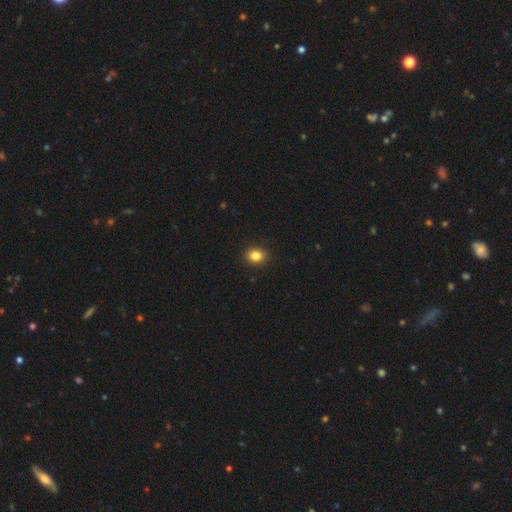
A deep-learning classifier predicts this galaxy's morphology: The model was most divided on "how rounded": round: 59%, in between: 40%, cigar-shaped: 1%. More confident: merging — none (90%); smooth or featured — smooth (84%).